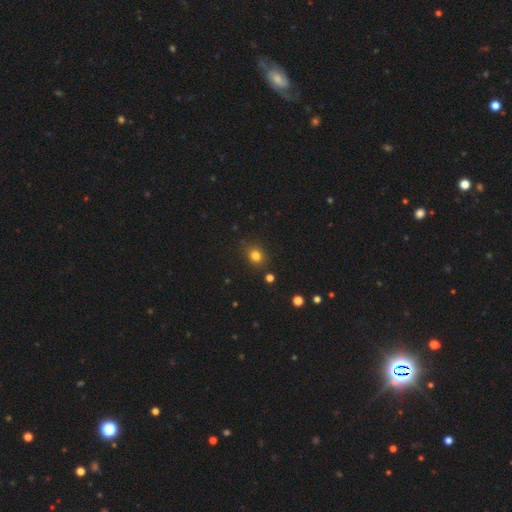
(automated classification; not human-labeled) Smooth or featured? Predicted: smooth (p=0.80). How rounded? Predicted: round (p=0.64). Merging? Predicted: none (p=0.83).